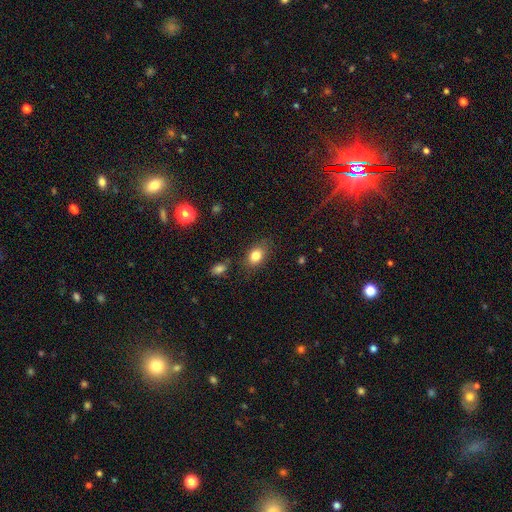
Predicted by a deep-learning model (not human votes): This is clearly a smooth galaxy (81%). How rounded: likely in between (75%). Merging: likely none (79%).